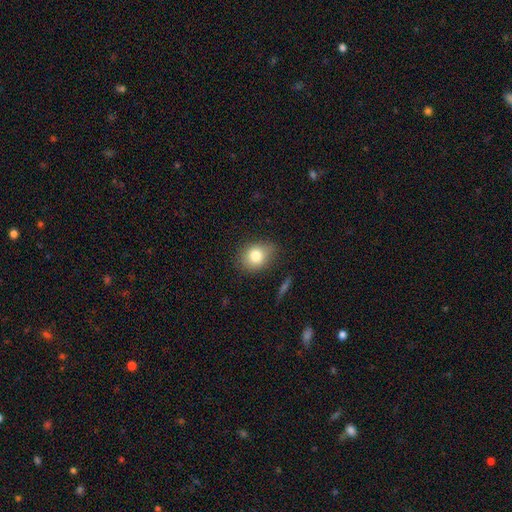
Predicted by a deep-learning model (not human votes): The model was most divided on "how rounded" (2-way tie): in between: 49%, round: 49%, cigar-shaped: 1%. More confident: smooth or featured — smooth (80%); merging — none (75%).